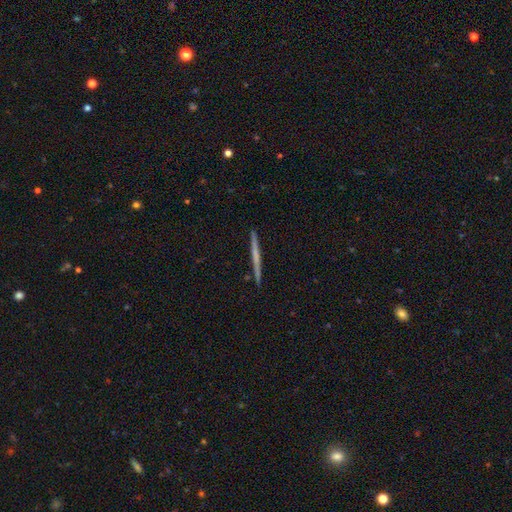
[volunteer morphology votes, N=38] This is possibly a featured or disk galaxy (55%). It is clearly viewed edge-on (100%). Edge-on bulge: clearly none (90%). Merging: clearly none (94%).